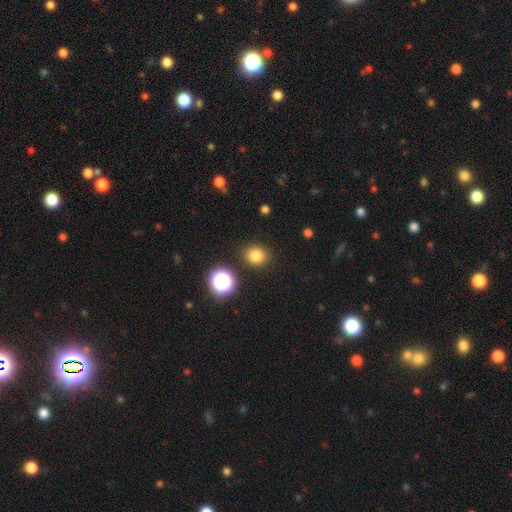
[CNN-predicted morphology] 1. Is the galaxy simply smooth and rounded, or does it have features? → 80% smooth, 15% star or artifact, 5% featured or disk.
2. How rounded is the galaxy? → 80% round, 19% in between, 1% cigar-shaped.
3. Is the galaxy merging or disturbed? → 88% none, 7% minor disturbance, 3% major disturbance, 2% merger.